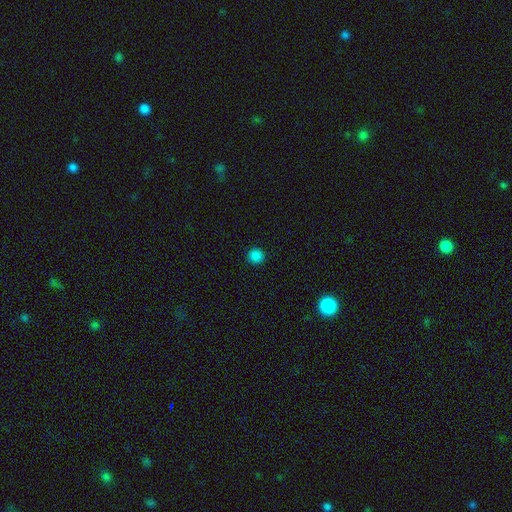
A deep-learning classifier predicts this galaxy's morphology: Overall: smooth (84%). How rounded: round (94%). Merging: none (93%).